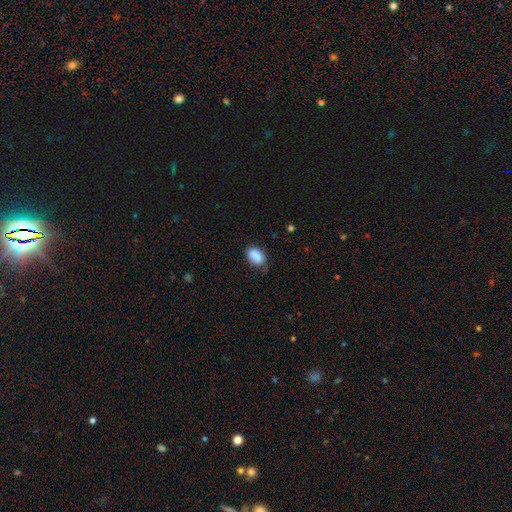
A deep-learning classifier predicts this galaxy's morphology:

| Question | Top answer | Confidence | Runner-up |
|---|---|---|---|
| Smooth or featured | smooth | 86% | star or artifact (8%) |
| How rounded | in between | 85% | round (14%) |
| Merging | none | 59% | minor disturbance (30%) |